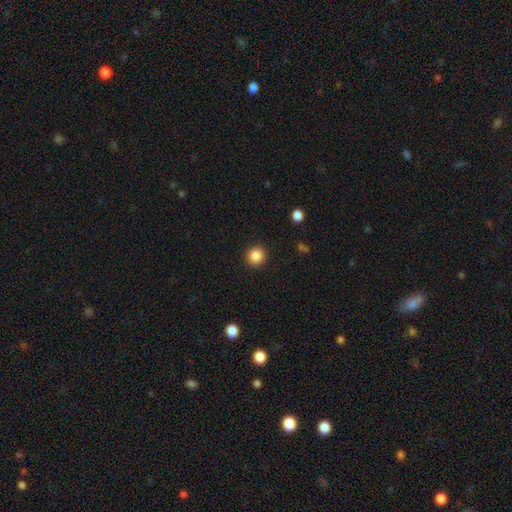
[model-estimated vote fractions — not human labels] The model was most divided on "smooth or featured": smooth: 87%, star or artifact: 10%, featured or disk: 3%. More confident: merging — none (91%); how rounded — round (90%).